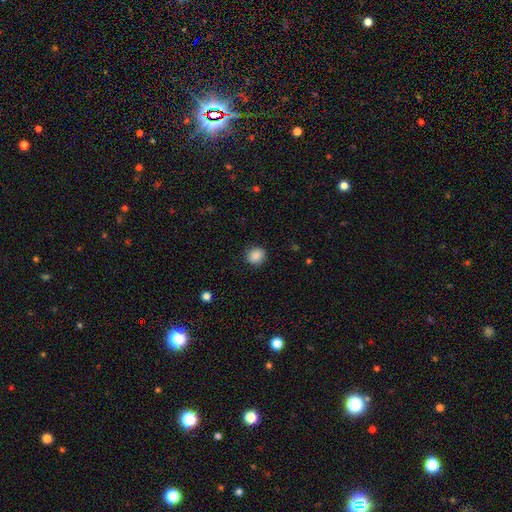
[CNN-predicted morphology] A smooth galaxy with no disk features (88%) that is round (80%). Merging: none (88%).